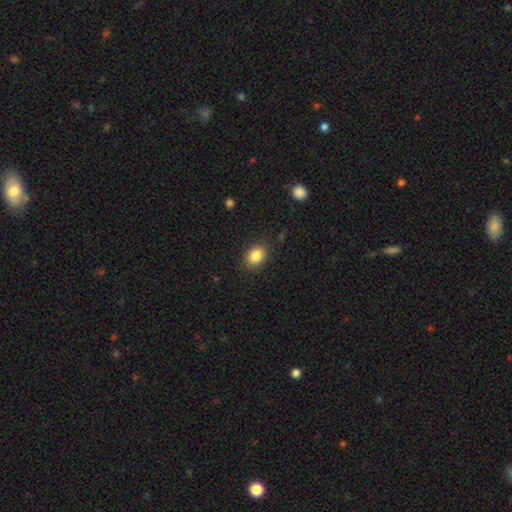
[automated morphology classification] Smooth or featured? Predicted: smooth (p=0.85). How rounded? Predicted: in between (p=0.63). Merging? Predicted: none (p=0.86).